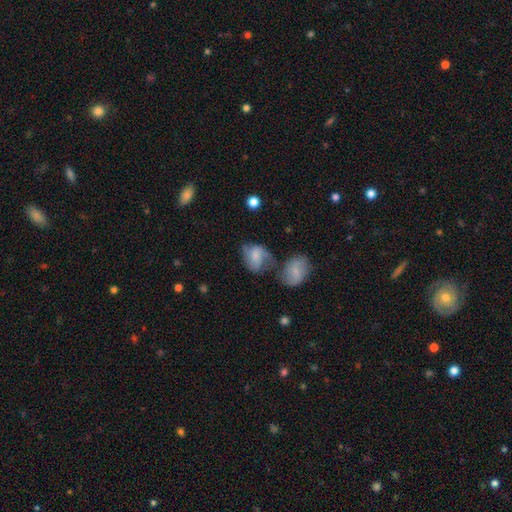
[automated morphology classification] A smooth galaxy with no disk features (55%) that is in between round and cigar-shaped (64%).

Vote fractions:
- Smooth or featured? smooth: 55% / featured or disk: 36% / star or artifact: 9%
- How rounded? in between: 64% / round: 34% / cigar-shaped: 1%
- Merging? none: 30% / merger: 28% / minor disturbance: 22% / major disturbance: 21%